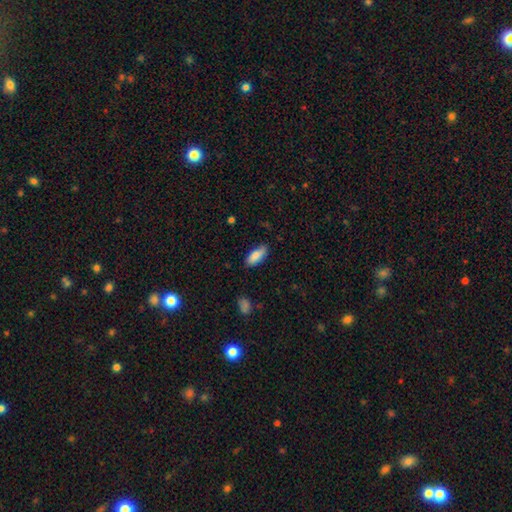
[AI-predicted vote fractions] smooth_or_featured: smooth (p=0.86) [alt: featured or disk p=0.08]
how_rounded: in between (p=0.77) [alt: cigar-shaped p=0.21]
merging: none (p=0.77) [alt: minor disturbance p=0.18]